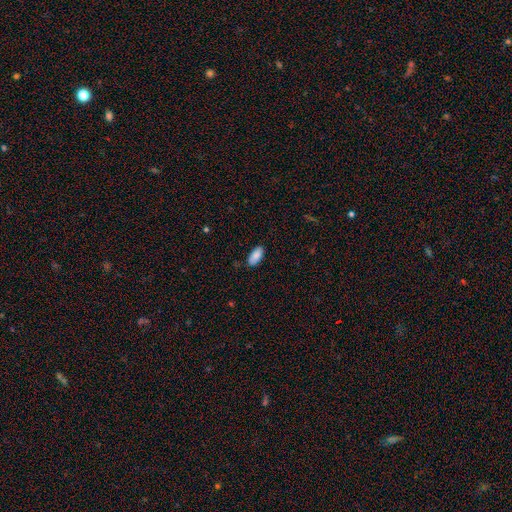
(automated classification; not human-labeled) Smooth or featured: smooth — 87% (star or artifact — 7%)
How rounded: in between — 90% (cigar-shaped — 8%)
Merging: none — 83% (minor disturbance — 14%)